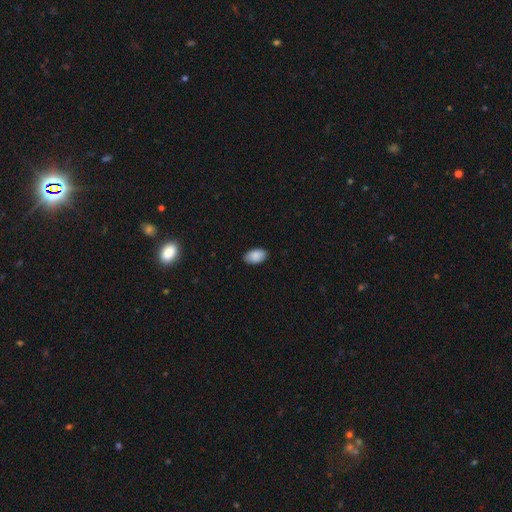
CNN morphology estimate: smooth_or_featured: smooth (p=0.89) [alt: star or artifact p=0.07]
how_rounded: in between (p=0.94) [alt: round p=0.04]
merging: none (p=0.88) [alt: minor disturbance p=0.09]